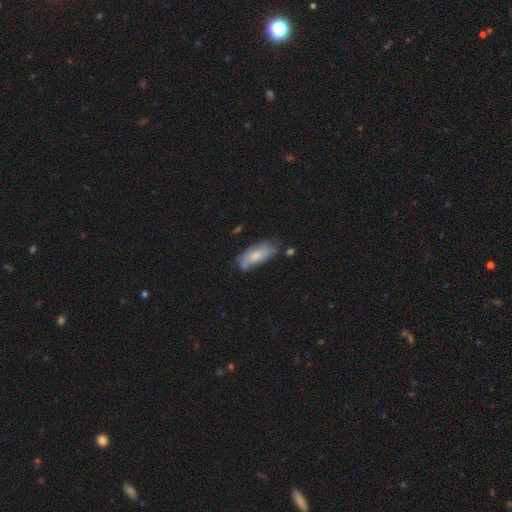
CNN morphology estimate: This appears to be a smooth galaxy with no disk features (62%) that is in between round and cigar-shaped (79%). Merging: none (55%).